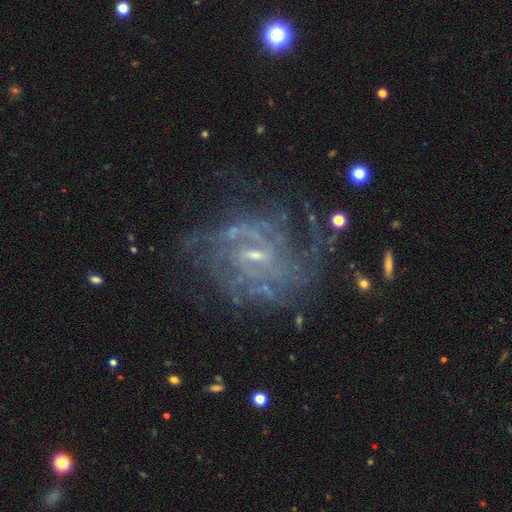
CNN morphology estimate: Smooth or featured: featured or disk — 88% (star or artifact — 7%)
Edge-on disk: no — 97% (yes — 3%)
Bar: weak — 56% (no — 23%)
Spiral arms: yes — 94% (no — 6%)
Spiral winding: tight — 57% (medium — 34%)
Spiral arm count: can't tell — 36% (2 — 17%)
Bulge size: small — 69% (moderate — 23%)
Merging: none — 66% (minor disturbance — 18%)